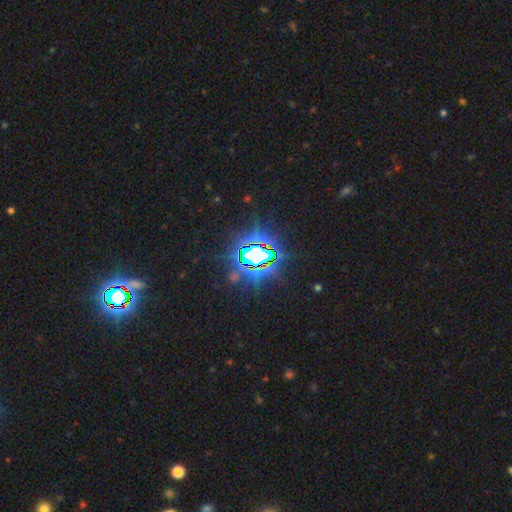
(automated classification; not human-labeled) Smooth or featured: star or artifact — 81% (smooth — 10%)